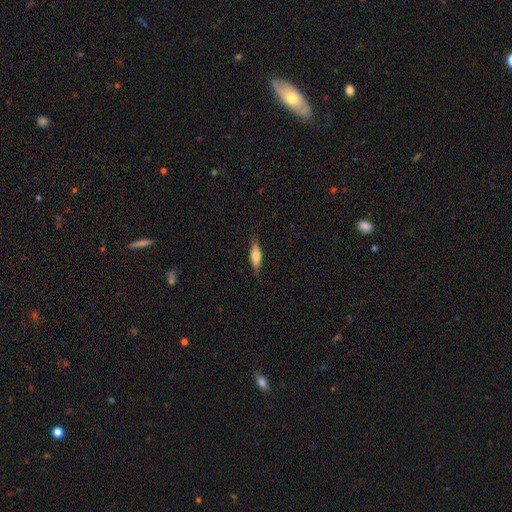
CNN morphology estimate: Q: Smooth or featured?
A: smooth (61%); runner-up: featured or disk (33%)
Q: How rounded?
A: cigar-shaped (51%); runner-up: in between (47%)
Q: Merging?
A: none (85%); runner-up: minor disturbance (12%)